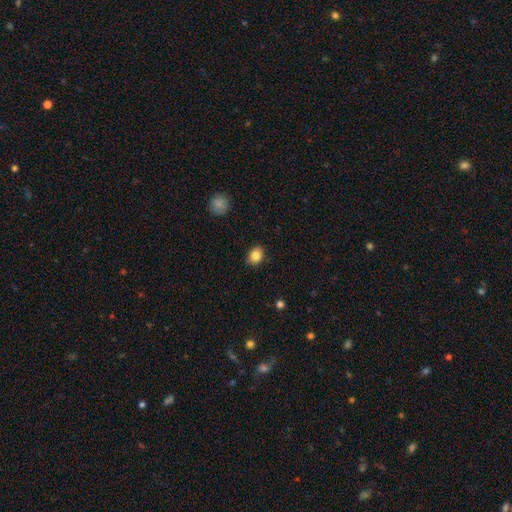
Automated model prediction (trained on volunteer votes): Smooth or featured: smooth — 84% (star or artifact — 9%)
How rounded: in between — 56% (round — 43%)
Merging: none — 87% (minor disturbance — 10%)